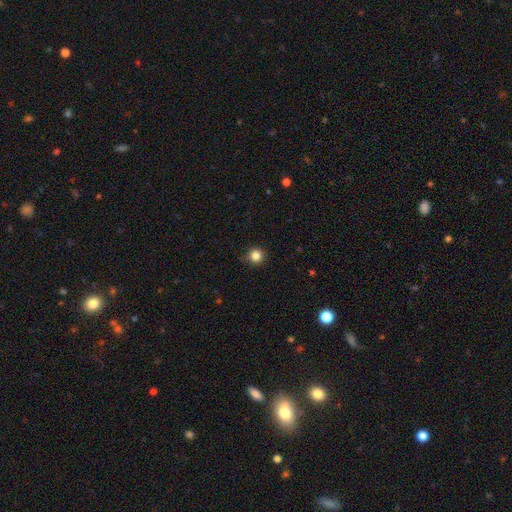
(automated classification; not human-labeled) The model was most divided on "smooth or featured": smooth: 84%, star or artifact: 12%, featured or disk: 4%. More confident: how rounded — round (94%); merging — none (89%).